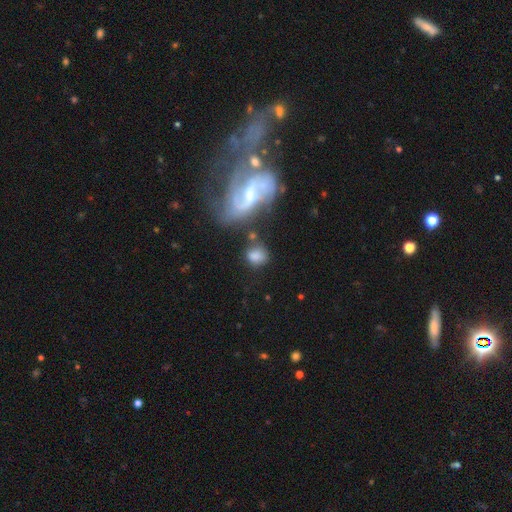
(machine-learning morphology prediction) This appears to be a smooth galaxy with no disk features (66%) that is round (52%). Merging: none (52%).